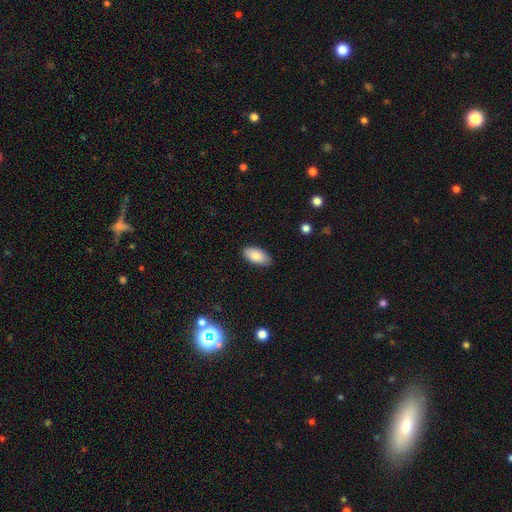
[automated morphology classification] Q: Smooth or featured?
A: smooth (84%); runner-up: featured or disk (9%)
Q: How rounded?
A: in between (94%); runner-up: cigar-shaped (3%)
Q: Merging?
A: none (87%); runner-up: minor disturbance (10%)